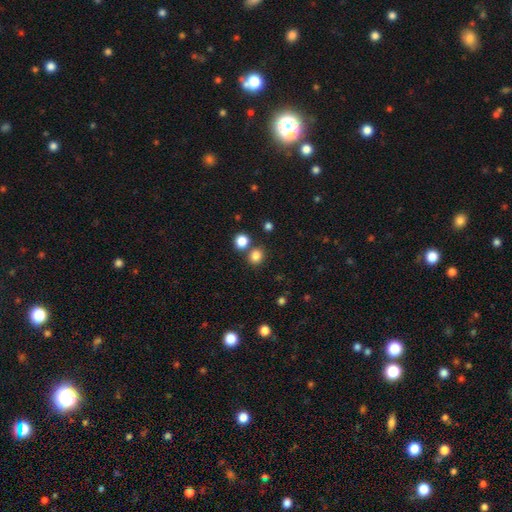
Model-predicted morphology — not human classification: A smooth galaxy with no disk features (82%) that is round (77%). Merging: none (72%).